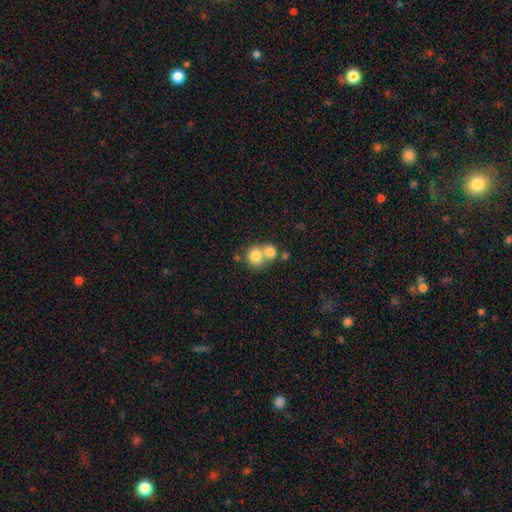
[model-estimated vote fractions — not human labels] Smooth or featured? smooth (77%)
How rounded? round (82%)
Merging? merger (56%)